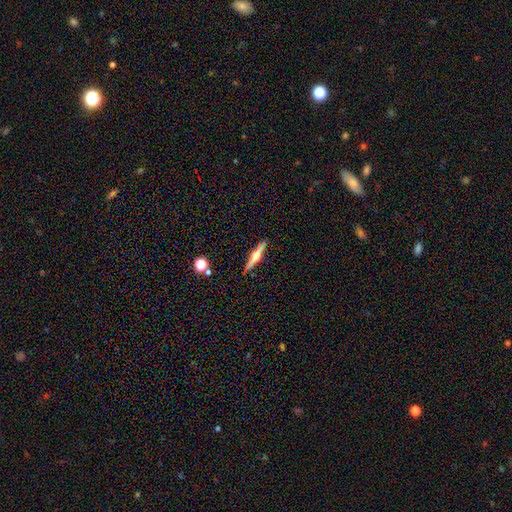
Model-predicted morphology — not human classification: smooth_or_featured: featured or disk (p=0.70) [alt: smooth p=0.24]
disk_edge_on: yes (p=0.97) [alt: no p=0.03]
edge_on_bulge: rounded (p=0.94) [alt: boxy p=0.04]
merging: none (p=0.89) [alt: minor disturbance p=0.07]